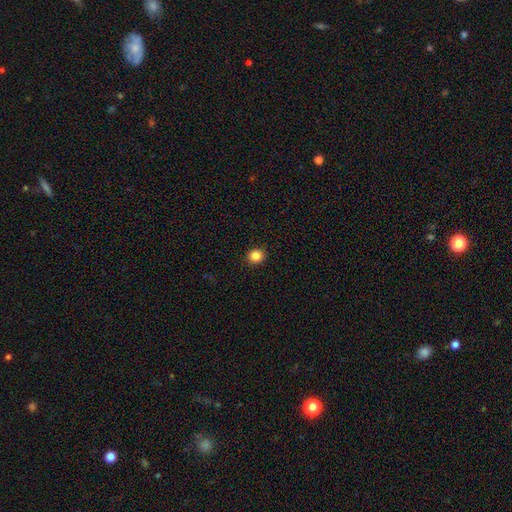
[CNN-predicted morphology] Q: Smooth or featured?
A: smooth (85%); runner-up: star or artifact (11%)
Q: How rounded?
A: round (85%); runner-up: in between (14%)
Q: Merging?
A: none (92%); runner-up: minor disturbance (5%)